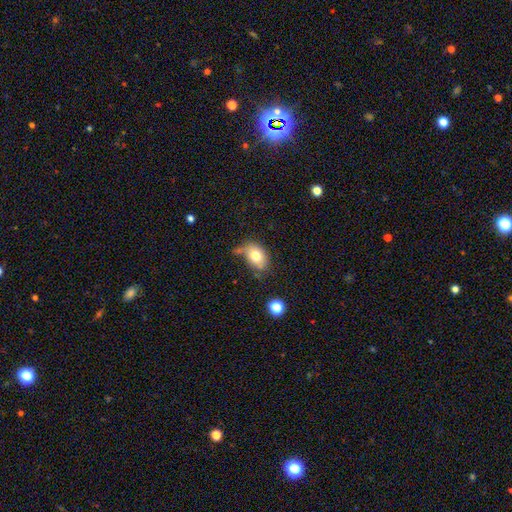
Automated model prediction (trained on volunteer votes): This appears to be a smooth galaxy with no disk features (75%) that is in between round and cigar-shaped (73%). Merging: none (47%).